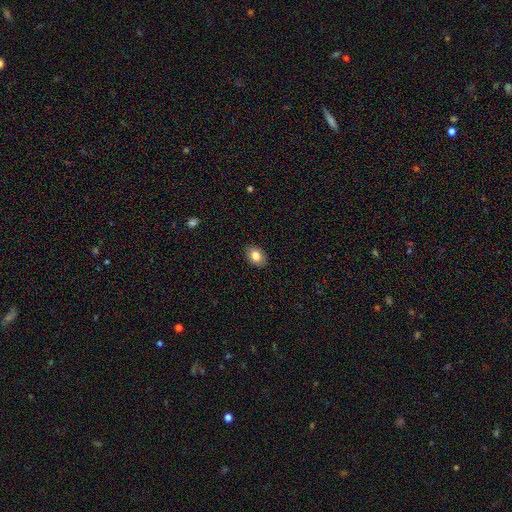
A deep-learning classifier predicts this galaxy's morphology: A smooth galaxy with no disk features (83%) that is in between round and cigar-shaped (78%).

Vote fractions:
- Smooth or featured? smooth: 83% / featured or disk: 9% / star or artifact: 8%
- How rounded? in between: 78% / round: 21% / cigar-shaped: 1%
- Merging? none: 89% / minor disturbance: 8% / major disturbance: 2% / merger: 1%